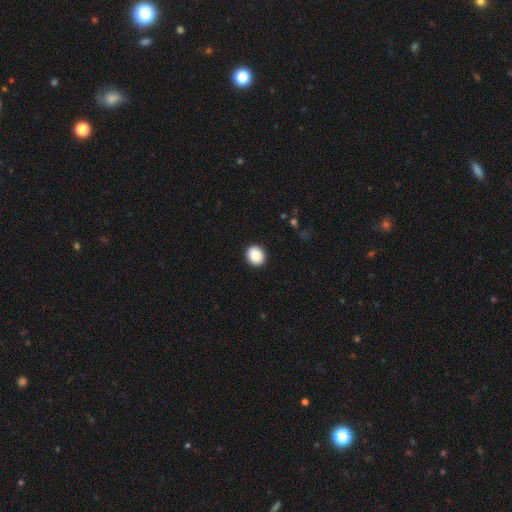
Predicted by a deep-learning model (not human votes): This is clearly a smooth galaxy (85%). How rounded: likely round (75%). Merging: clearly none (92%).